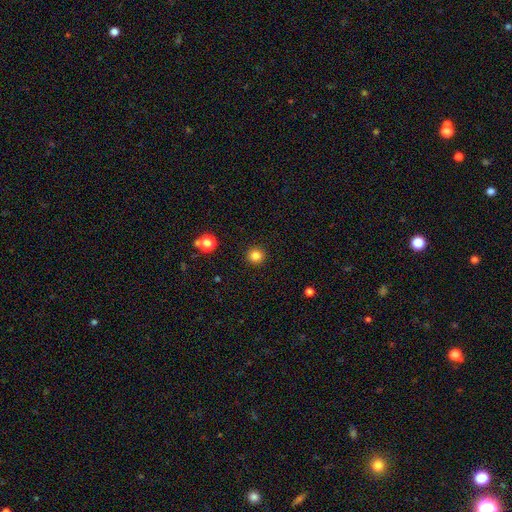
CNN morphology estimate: The model was most divided on "smooth or featured": smooth: 83%, star or artifact: 12%, featured or disk: 5%. More confident: how rounded — round (96%); merging — none (93%).